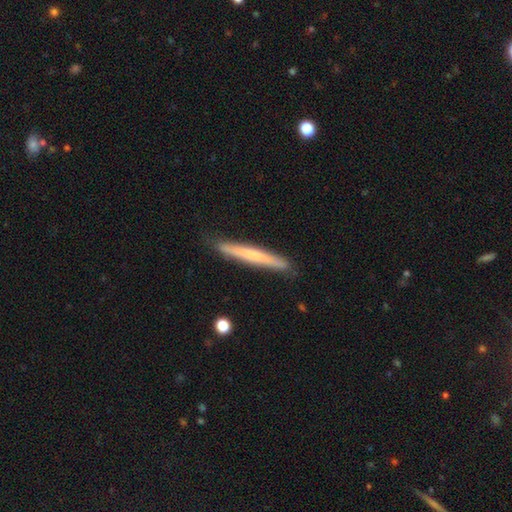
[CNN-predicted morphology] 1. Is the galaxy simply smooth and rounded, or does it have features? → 49% smooth, 44% featured or disk, 7% star or artifact.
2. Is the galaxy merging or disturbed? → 88% none, 10% minor disturbance, 2% major disturbance, 1% merger.